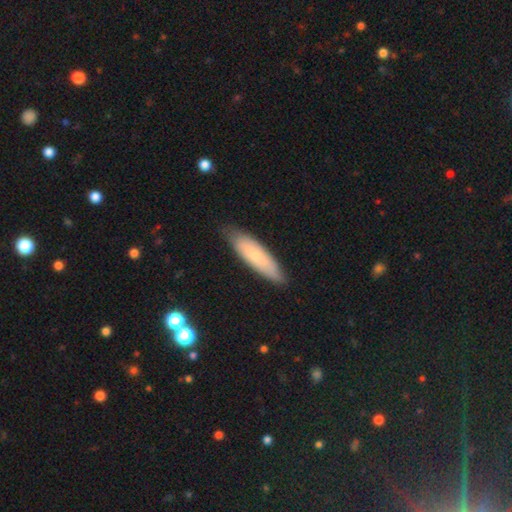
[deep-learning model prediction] A smooth galaxy with no disk features (67%) that is cigar-shaped (62%). Merging: none (80%).